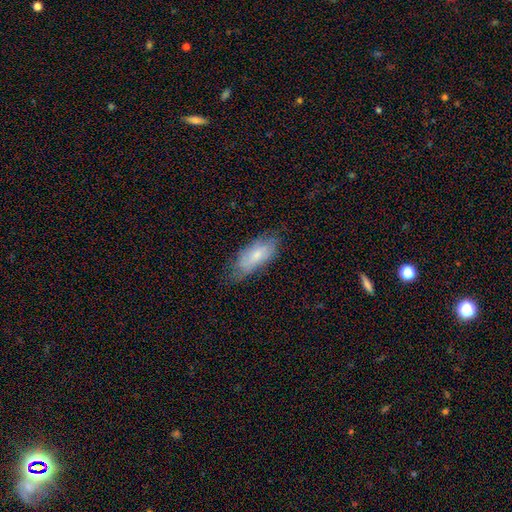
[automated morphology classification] A smooth galaxy with no disk features (65%) that is in between round and cigar-shaped (83%). Merging: none (58%).